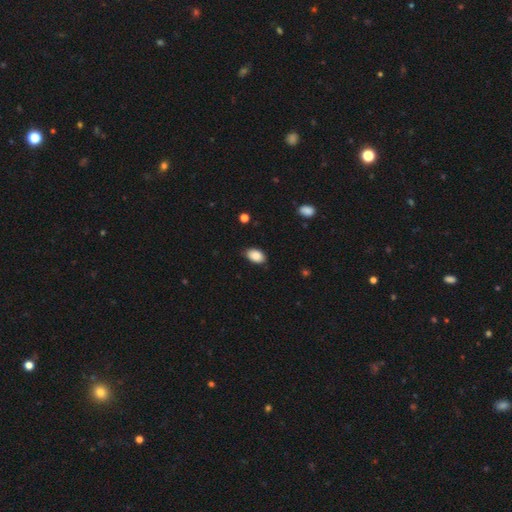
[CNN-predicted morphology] smooth-or-featured: smooth: 88% | star or artifact: 7% | featured or disk: 4%
  how-rounded: in between: 90% | round: 8% | cigar-shaped: 1%
  merging: none: 80% | minor disturbance: 16% | major disturbance: 3% | merger: 1%